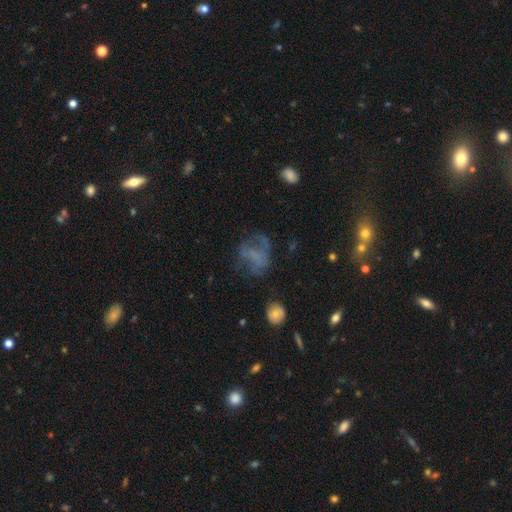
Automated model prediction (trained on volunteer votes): smooth-or-featured: featured or disk: 48% | smooth: 34% | star or artifact: 19%
  merging: none: 44% | major disturbance: 33% | minor disturbance: 20% | merger: 3%